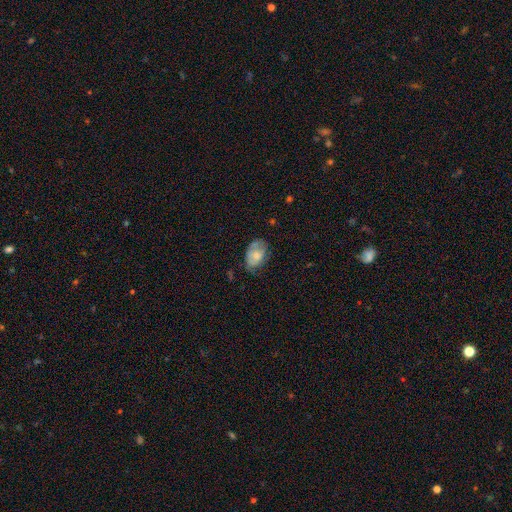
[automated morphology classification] Overall: smooth (61%; featured or disk 31%). How rounded: in between (86%). Merging: none (53%; minor disturbance 32%).